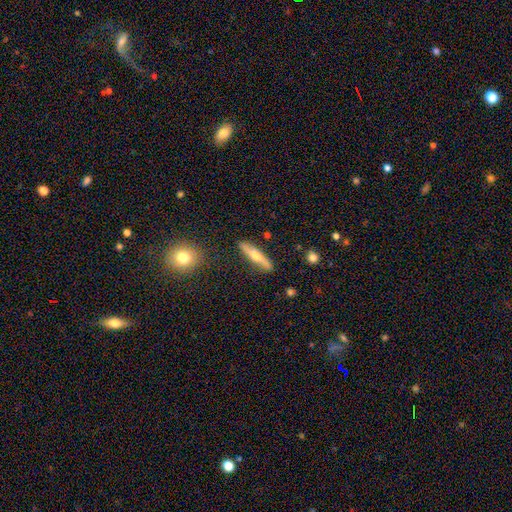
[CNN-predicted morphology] Smooth or featured? featured or disk (55%)
Edge-on disk? yes (90%)
Merging? none (86%)